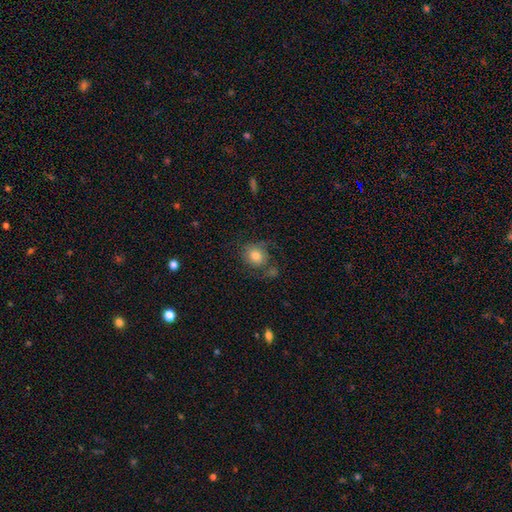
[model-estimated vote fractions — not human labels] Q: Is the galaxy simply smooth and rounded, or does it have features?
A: smooth — 75%.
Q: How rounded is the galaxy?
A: round — 71%.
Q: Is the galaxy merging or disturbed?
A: none — 56%.